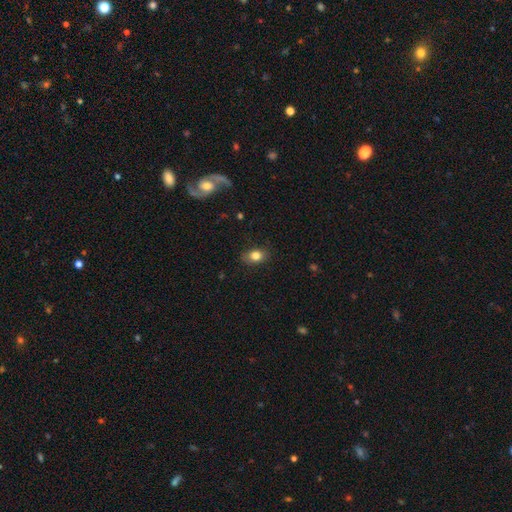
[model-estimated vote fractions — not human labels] Smooth or featured: smooth — 81% (star or artifact — 10%)
How rounded: in between — 72% (round — 26%)
Merging: none — 80% (minor disturbance — 15%)